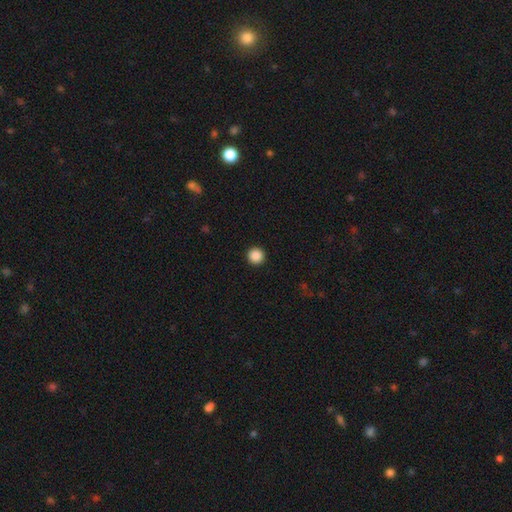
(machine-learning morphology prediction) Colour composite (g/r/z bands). It shows a smooth galaxy with no disk features (88%) that is round (96%). Merging: none (94%).